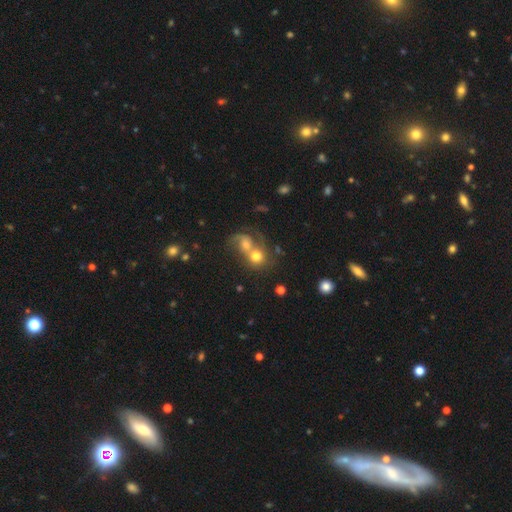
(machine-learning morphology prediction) A smooth galaxy with no disk features (59%) that is round (75%). Merging: merger (70%).